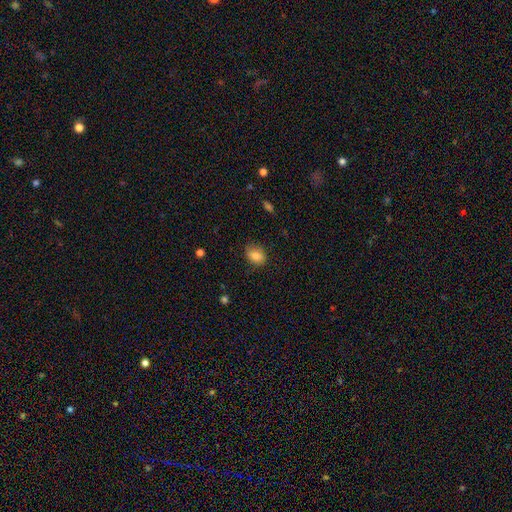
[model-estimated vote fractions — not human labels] The model was most divided on "how rounded": in between: 65%, round: 34%, cigar-shaped: 1%. More confident: smooth or featured — smooth (85%); merging — none (77%).